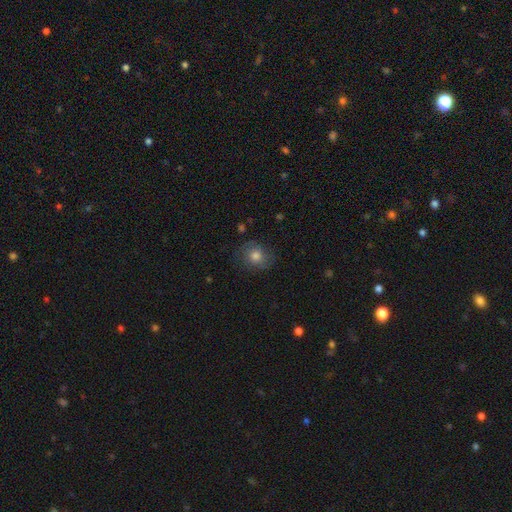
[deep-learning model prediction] Smooth or featured? Predicted: smooth (p=0.69). How rounded? Predicted: round (p=0.72). Merging? Predicted: none (p=0.74).